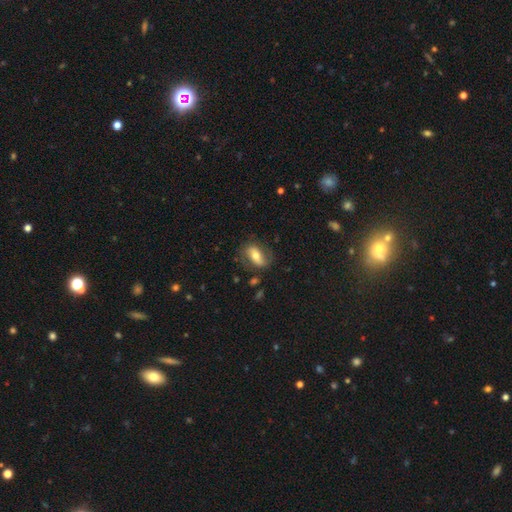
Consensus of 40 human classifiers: A smooth galaxy with no disk features (65%) that is in between round and cigar-shaped (85%).

Vote fractions:
- Smooth or featured? smooth: 65% / featured or disk: 32% / star or artifact: 2%
- How rounded? in between: 85% / cigar-shaped: 12% / round: 4%
- Merging? none: 69% / minor disturbance: 21% / major disturbance: 10% / merger: 0%